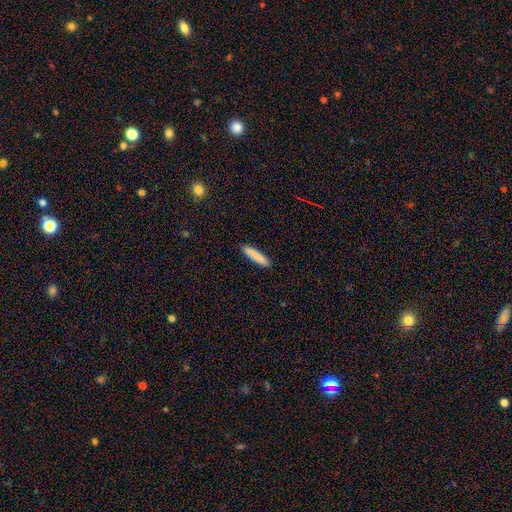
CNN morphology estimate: Q: Smooth or featured?
A: smooth (86%); runner-up: featured or disk (8%)
Q: How rounded?
A: cigar-shaped (90%); runner-up: in between (9%)
Q: Merging?
A: none (91%); runner-up: minor disturbance (6%)